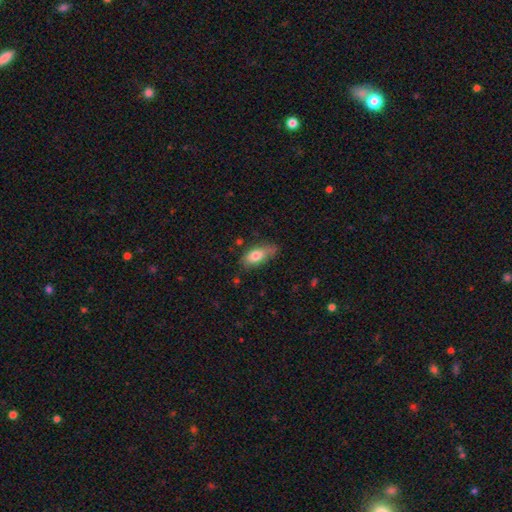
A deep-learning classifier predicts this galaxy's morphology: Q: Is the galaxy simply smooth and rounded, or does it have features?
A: smooth — 76%.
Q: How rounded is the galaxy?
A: in between — 82%.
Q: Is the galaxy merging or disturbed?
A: none — 61%.